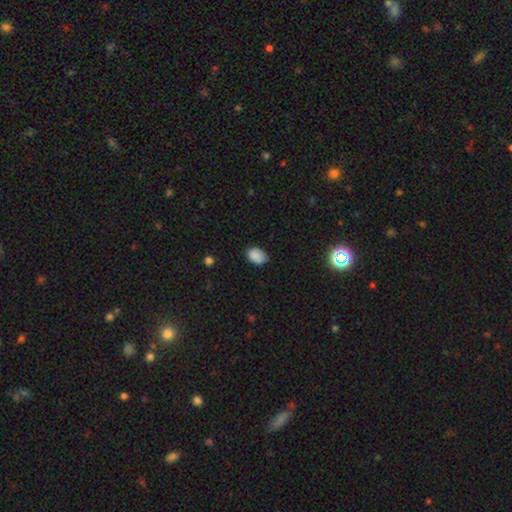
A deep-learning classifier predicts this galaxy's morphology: A smooth galaxy with no disk features (88%) that is in between round and cigar-shaped (83%).

Vote fractions:
- Smooth or featured? smooth: 88% / star or artifact: 9% / featured or disk: 4%
- How rounded? in between: 83% / round: 16% / cigar-shaped: 1%
- Merging? none: 77% / minor disturbance: 19% / major disturbance: 3% / merger: 1%